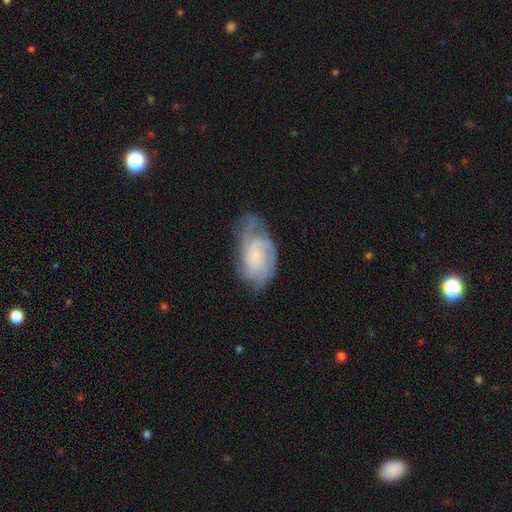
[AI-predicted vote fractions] smooth_or_featured: featured or disk (p=0.74) [alt: smooth p=0.19]
disk_edge_on: no (p=0.96) [alt: yes p=0.04]
bar: no (p=0.68) [alt: weak p=0.27]
has_spiral_arms: yes (p=0.93) [alt: no p=0.07]
spiral_winding: tight (p=0.52) [alt: medium p=0.37]
spiral_arm_count: can't tell (p=0.32) [alt: 3 p=0.25]
bulge_size: small (p=0.40) [alt: none p=0.35]
merging: none (p=0.63) [alt: minor disturbance p=0.24]